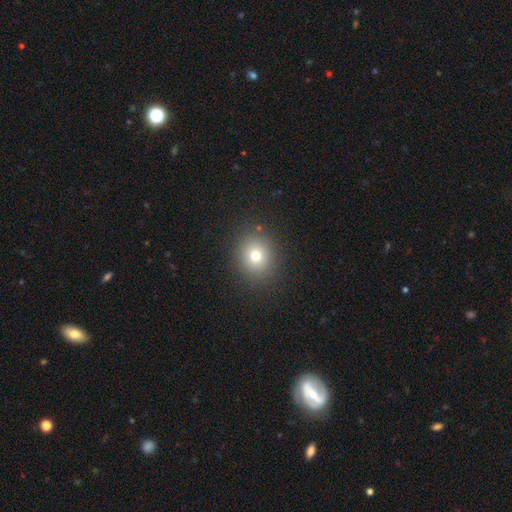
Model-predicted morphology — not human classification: Q: Smooth or featured?
A: smooth (74%); runner-up: star or artifact (15%)
Q: How rounded?
A: round (80%); runner-up: in between (19%)
Q: Merging?
A: none (88%); runner-up: minor disturbance (8%)